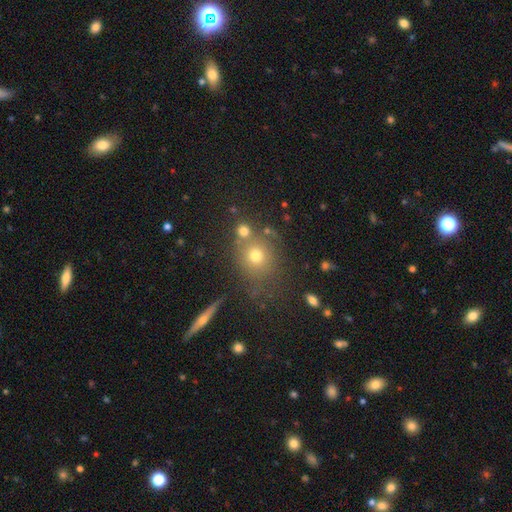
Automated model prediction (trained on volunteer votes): Smooth or featured? Predicted: smooth (p=0.65). How rounded? Predicted: round (p=0.82). Merging? Predicted: none (p=0.70).